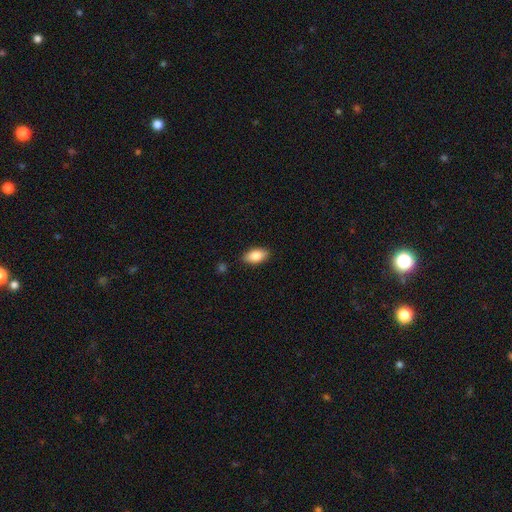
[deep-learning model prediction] Q: Smooth or featured?
A: smooth (85%); runner-up: featured or disk (8%)
Q: How rounded?
A: in between (92%); runner-up: cigar-shaped (4%)
Q: Merging?
A: none (88%); runner-up: minor disturbance (9%)